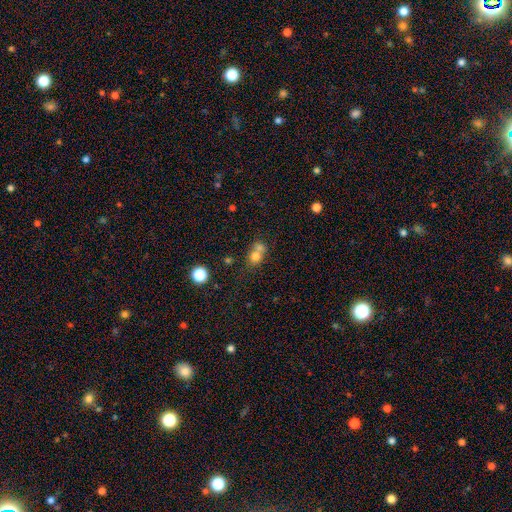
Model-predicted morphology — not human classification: Q: Smooth or featured?
A: smooth (73%); runner-up: star or artifact (14%)
Q: How rounded?
A: round (72%); runner-up: in between (27%)
Q: Merging?
A: merger (58%); runner-up: none (32%)